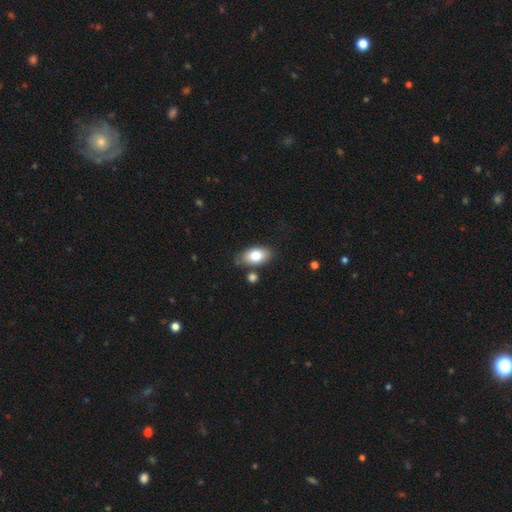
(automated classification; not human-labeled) Overall: smooth (79%). How rounded: in between (92%). Merging: none (74%).